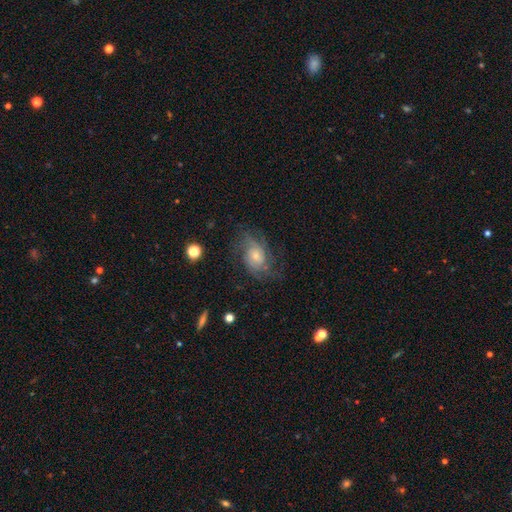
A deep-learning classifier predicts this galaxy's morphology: featured or disk 72%, smooth 18%, star or artifact 10%. Down the decision tree: edge-on disk — no (96%); bar — no (73%); spiral arms — yes (90%); spiral arm count — can't tell (35%); spiral winding — medium (43%); bulge size — small (52%); merging — none (65%).